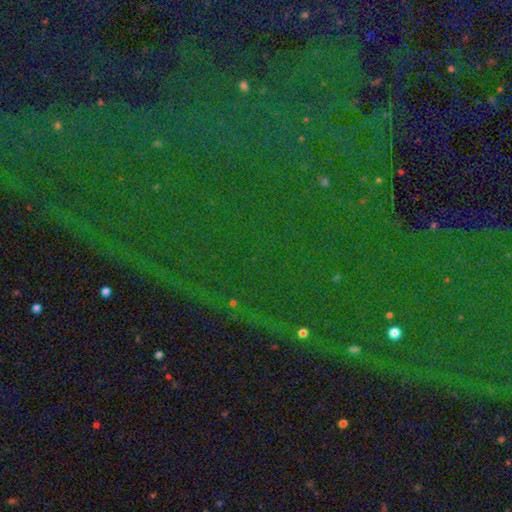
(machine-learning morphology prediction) Smooth or featured?
  - star or artifact: 85% *
  - smooth: 8%
  - featured or disk: 7%